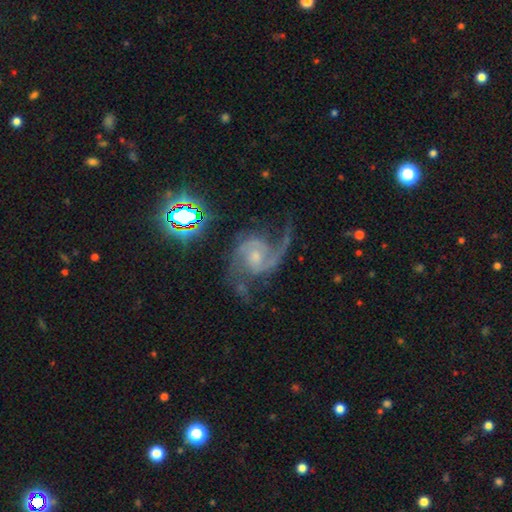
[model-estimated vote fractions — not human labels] featured or disk 88%, star or artifact 7%, smooth 5%. Down the decision tree: edge-on disk — no (98%); bar — no (60%); spiral arms — yes (97%); spiral arm count — 2 (84%); spiral winding — medium (47%); bulge size — moderate (44%); merging — none (59%).